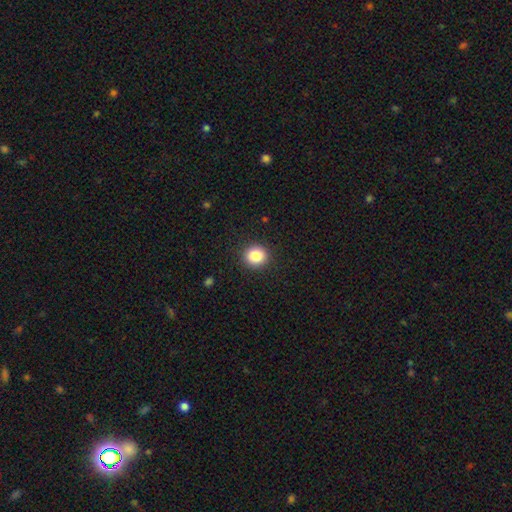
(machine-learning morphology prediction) Q: Smooth or featured?
A: smooth (85%); runner-up: star or artifact (10%)
Q: How rounded?
A: round (88%); runner-up: in between (11%)
Q: Merging?
A: none (91%); runner-up: minor disturbance (6%)